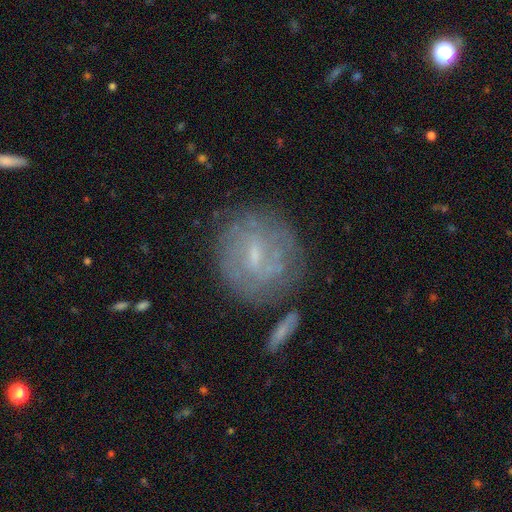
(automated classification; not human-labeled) A featured or disk galaxy (67%) with a weak bar (61%), spiral arms (76%) and a small central bulge (67%). Merging: none (73%).